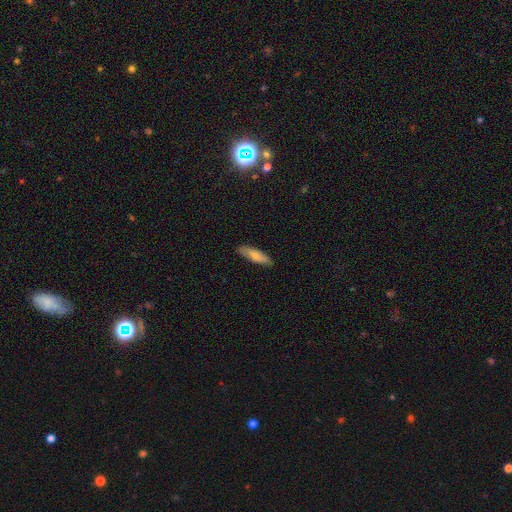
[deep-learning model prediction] Q: Smooth or featured?
A: smooth (72%); runner-up: featured or disk (22%)
Q: How rounded?
A: cigar-shaped (53%); runner-up: in between (45%)
Q: Merging?
A: none (85%); runner-up: minor disturbance (12%)